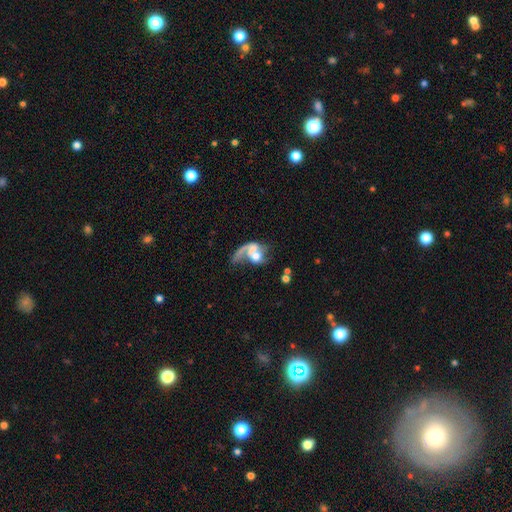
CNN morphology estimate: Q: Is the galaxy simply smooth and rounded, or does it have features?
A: featured or disk — 59%.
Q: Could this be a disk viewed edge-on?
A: no — 96%.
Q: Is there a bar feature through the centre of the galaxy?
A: no — 69%.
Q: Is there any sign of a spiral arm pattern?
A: yes — 70%.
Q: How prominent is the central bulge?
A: moderate — 45%.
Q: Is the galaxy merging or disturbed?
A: merger — 52%.